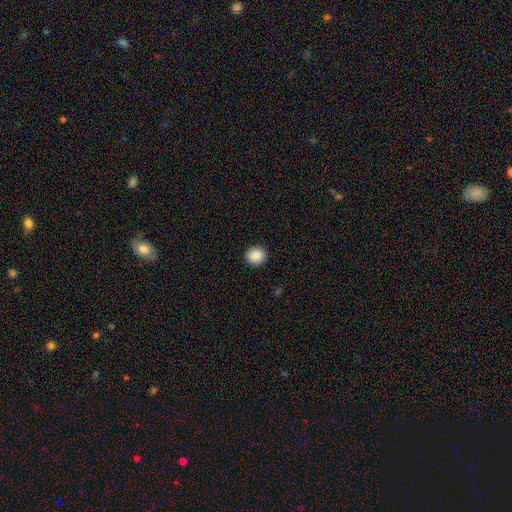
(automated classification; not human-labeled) Smooth or featured?
  - smooth: 88% *
  - star or artifact: 8%
  - featured or disk: 3%
How rounded?
  - round: 89% *
  - in between: 10%
  - cigar-shaped: 1%
Merging?
  - none: 92% *
  - minor disturbance: 6%
  - major disturbance: 2%
  - merger: 1%